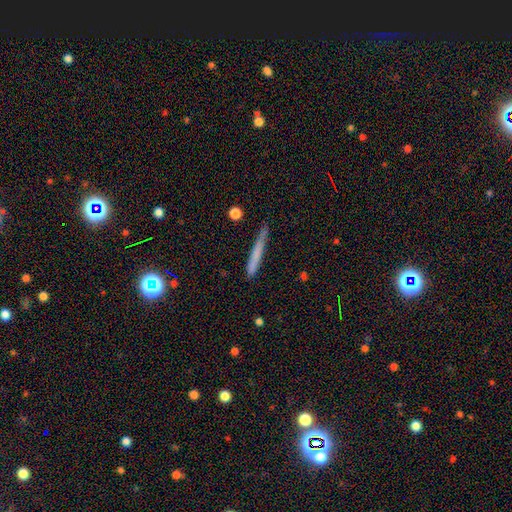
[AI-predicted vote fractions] Morphology: type=smooth (66%); roundness=cigar-shaped (96%); merging=none (75%).